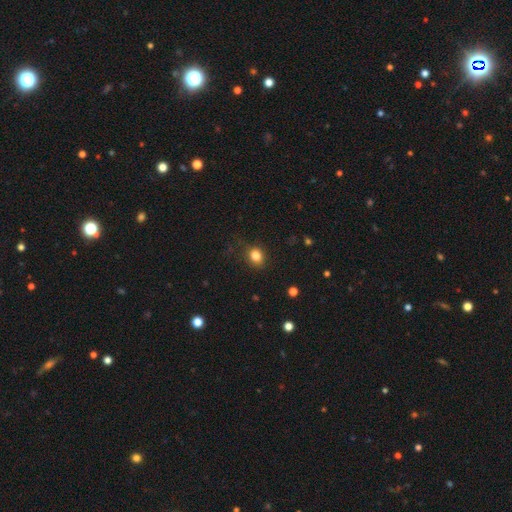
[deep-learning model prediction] Smooth or featured: smooth — 82% (star or artifact — 12%)
How rounded: round — 67% (in between — 32%)
Merging: none — 82% (minor disturbance — 13%)